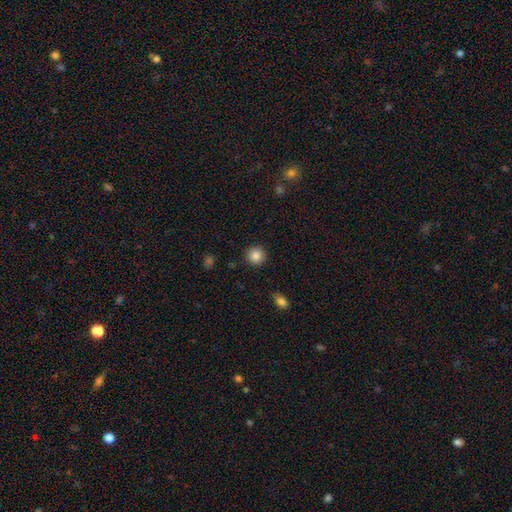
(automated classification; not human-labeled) Smooth or featured?
  - smooth: 86% *
  - star or artifact: 10%
  - featured or disk: 5%
How rounded?
  - round: 94% *
  - in between: 5%
  - cigar-shaped: 1%
Merging?
  - none: 91% *
  - minor disturbance: 5%
  - major disturbance: 2%
  - merger: 1%